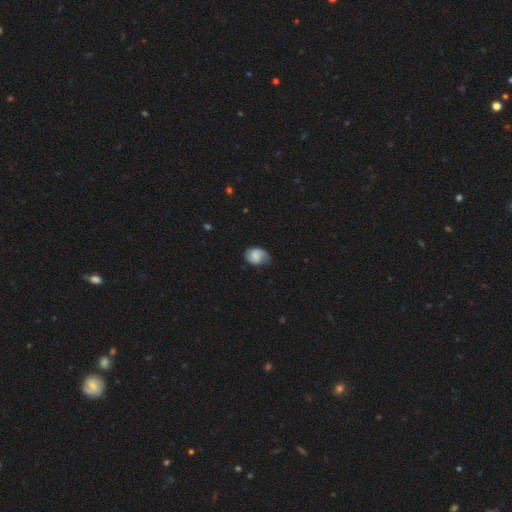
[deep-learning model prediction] This appears to be a smooth galaxy with no disk features (62%) that is in between round and cigar-shaped (63%). Merging: none (55%).